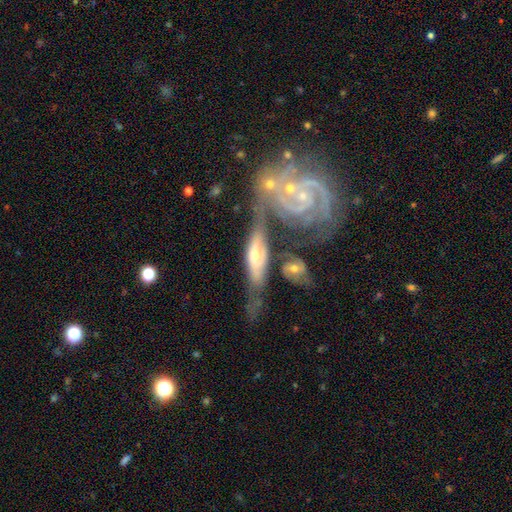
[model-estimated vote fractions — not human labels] Smooth or featured: featured or disk — 69% (smooth — 24%)
Edge-on disk: no — 56% (yes — 44%)
Merging: merger — 35% (none — 34%)